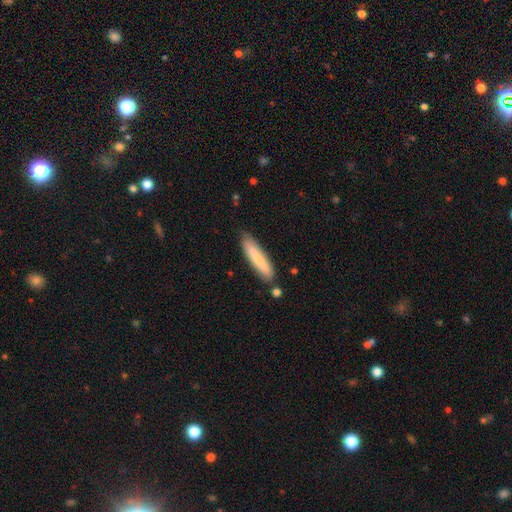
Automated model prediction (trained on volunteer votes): This is likely a smooth galaxy (74%). How rounded: clearly cigar-shaped (87%). Merging: likely none (79%).